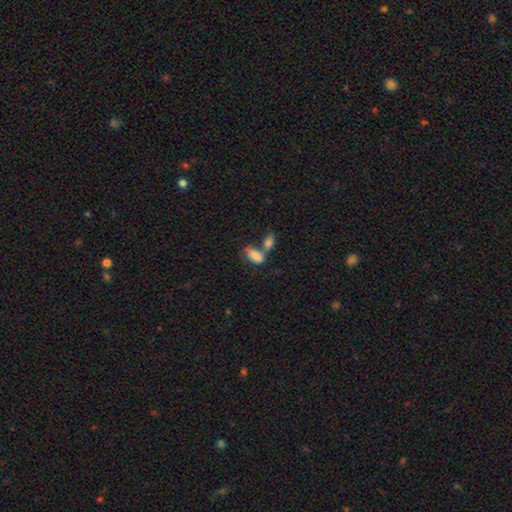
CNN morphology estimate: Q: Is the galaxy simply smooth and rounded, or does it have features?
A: smooth — 77%.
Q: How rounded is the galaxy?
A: in between — 90%.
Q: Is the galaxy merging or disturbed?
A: merger — 53%.